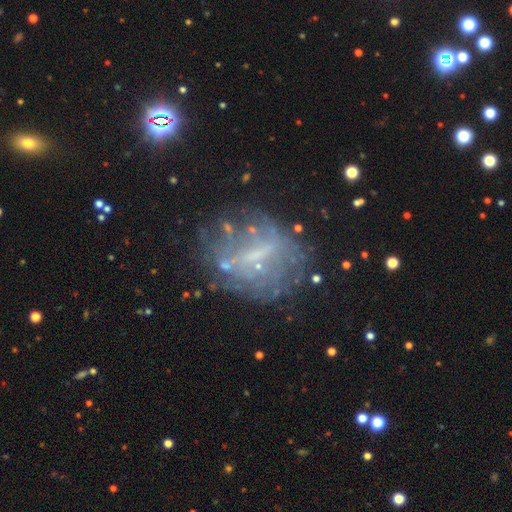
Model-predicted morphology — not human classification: Smooth or featured: featured or disk — 61% (smooth — 21%)
Edge-on disk: no — 94% (yes — 6%)
Bar: no — 41% (weak — 35%)
Spiral arms: no — 76% (yes — 24%)
Bulge size: small — 44% (none — 42%)
Merging: none — 56% (major disturbance — 20%)